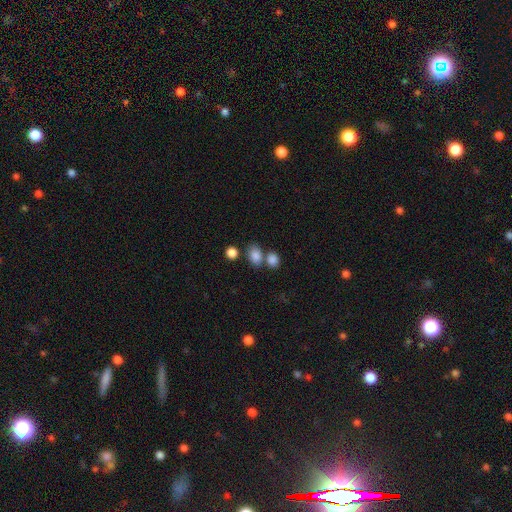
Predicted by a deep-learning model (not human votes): smooth-or-featured: smooth: 84% | star or artifact: 10% | featured or disk: 6%
  how-rounded: in between: 63% | round: 36% | cigar-shaped: 1%
  merging: none: 54% | merger: 30% | minor disturbance: 11% | major disturbance: 4%